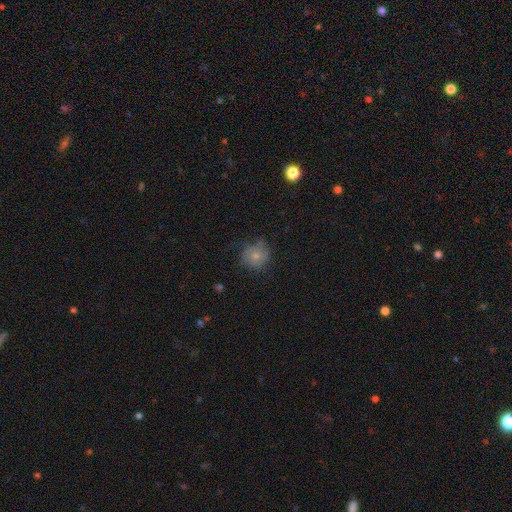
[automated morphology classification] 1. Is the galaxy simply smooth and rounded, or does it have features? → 62% smooth, 28% featured or disk, 10% star or artifact.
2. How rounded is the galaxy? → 83% round, 16% in between, 1% cigar-shaped.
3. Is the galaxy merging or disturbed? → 58% none, 27% minor disturbance, 12% major disturbance, 2% merger.